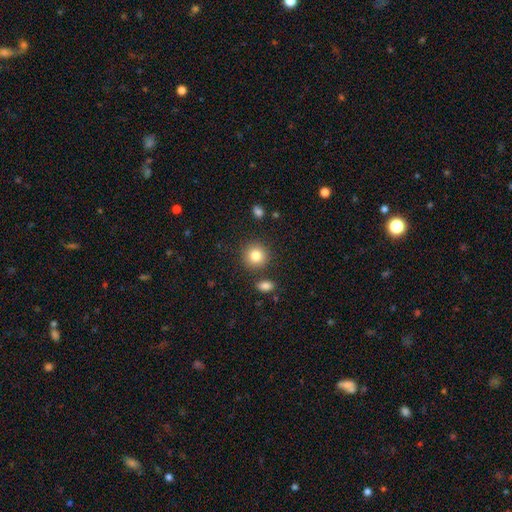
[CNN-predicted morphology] A smooth galaxy with no disk features (83%) that is round (91%). Merging: none (84%).